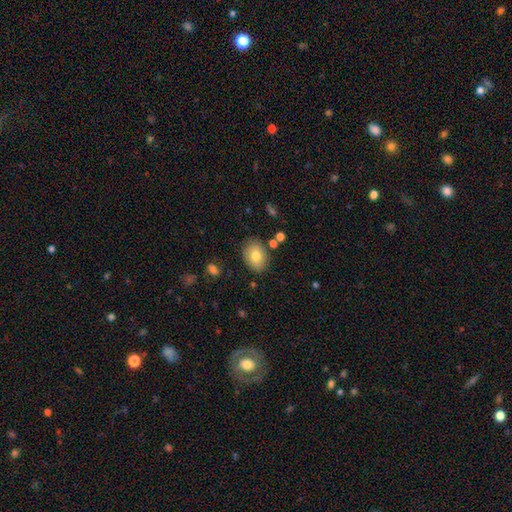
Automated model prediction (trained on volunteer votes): Q: Smooth or featured?
A: smooth (78%); runner-up: featured or disk (14%)
Q: How rounded?
A: in between (66%); runner-up: round (33%)
Q: Merging?
A: none (80%); runner-up: minor disturbance (14%)